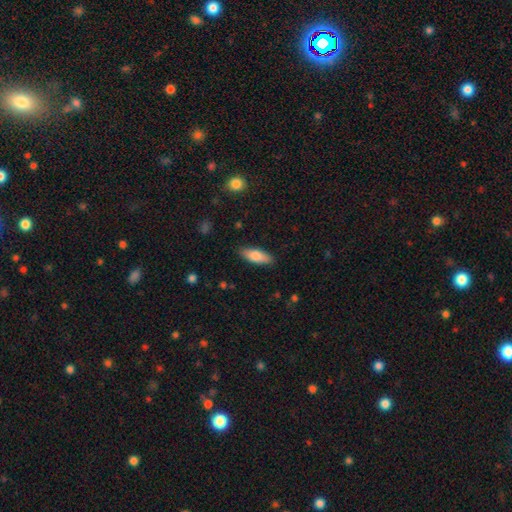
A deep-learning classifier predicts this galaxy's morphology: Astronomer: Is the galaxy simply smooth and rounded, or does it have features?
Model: smooth — 81%.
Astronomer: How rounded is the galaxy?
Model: in between — 68%.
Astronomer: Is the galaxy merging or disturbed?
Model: none — 86%.